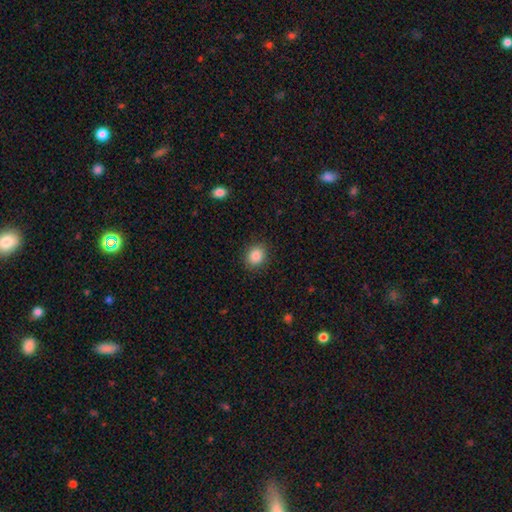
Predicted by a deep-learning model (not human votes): Morphology: type=smooth (87%); roundness=round (62%); merging=none (88%).